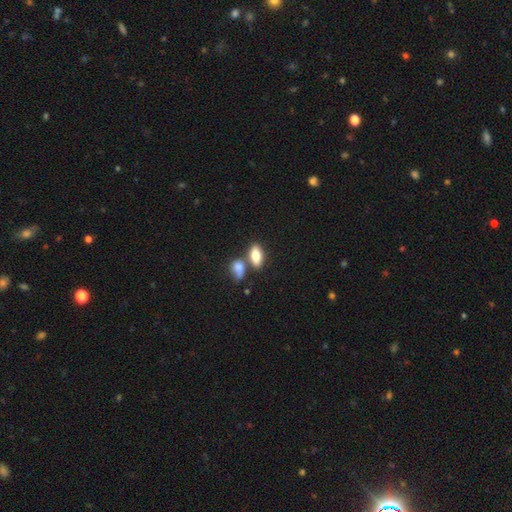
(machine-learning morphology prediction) The model was most divided on "merging": none: 55%, merger: 29%, minor disturbance: 11%, major disturbance: 4%. More confident: how rounded — in between (84%); smooth or featured — smooth (78%).